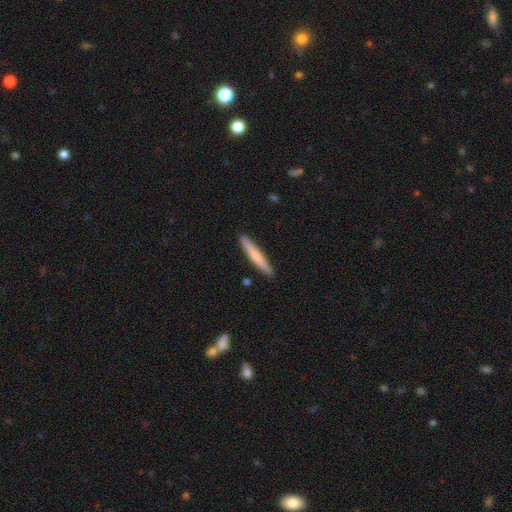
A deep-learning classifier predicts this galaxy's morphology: smooth 65%, featured or disk 30%, star or artifact 5%. Down the decision tree: how rounded — cigar-shaped (95%); merging — none (90%).